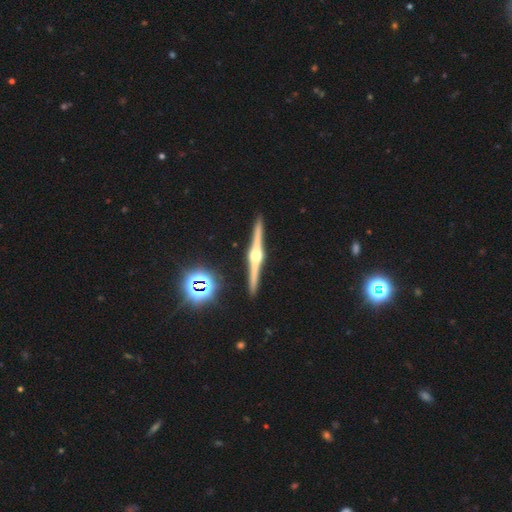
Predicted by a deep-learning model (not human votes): Overall: featured or disk (87%). Edge-on disk: yes (99%). Edge-on bulge: rounded (95%). Merging: none (93%).